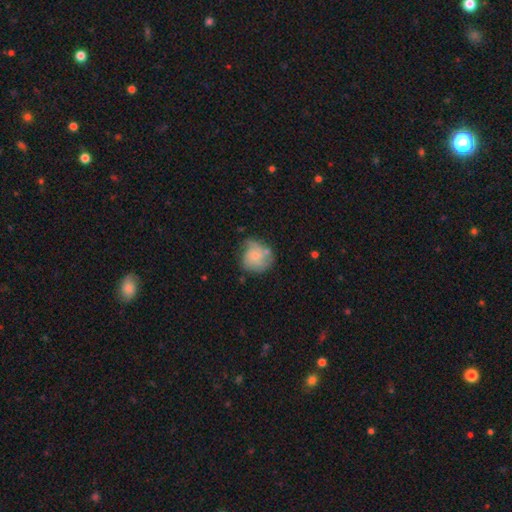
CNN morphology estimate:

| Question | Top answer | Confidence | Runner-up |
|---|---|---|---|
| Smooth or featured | smooth | 47% | featured or disk (45%) |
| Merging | none | 51% | minor disturbance (29%) |